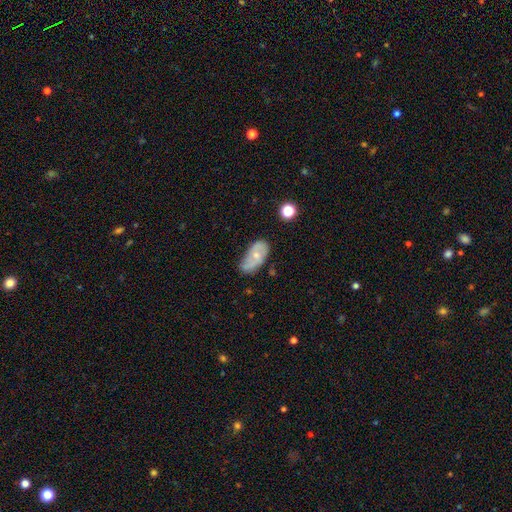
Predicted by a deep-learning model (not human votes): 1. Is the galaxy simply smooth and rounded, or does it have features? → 48% featured or disk, 45% smooth, 7% star or artifact.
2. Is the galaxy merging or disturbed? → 52% none, 35% minor disturbance, 10% major disturbance, 3% merger.